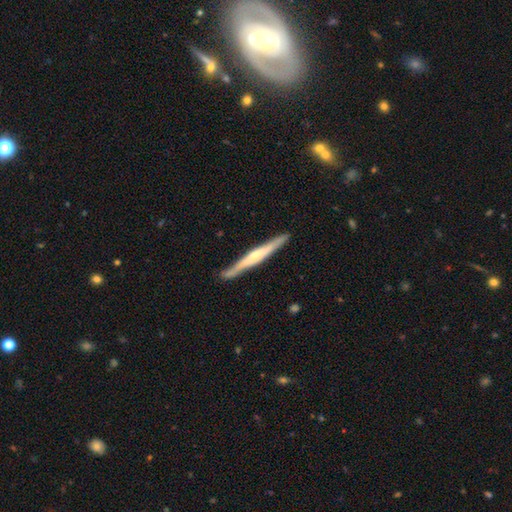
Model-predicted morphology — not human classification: Smooth or featured? Predicted: featured or disk (p=0.67). Edge-on disk? Predicted: yes (p=0.97). Edge-on bulge? Predicted: rounded (p=0.59). Merging? Predicted: none (p=0.87).